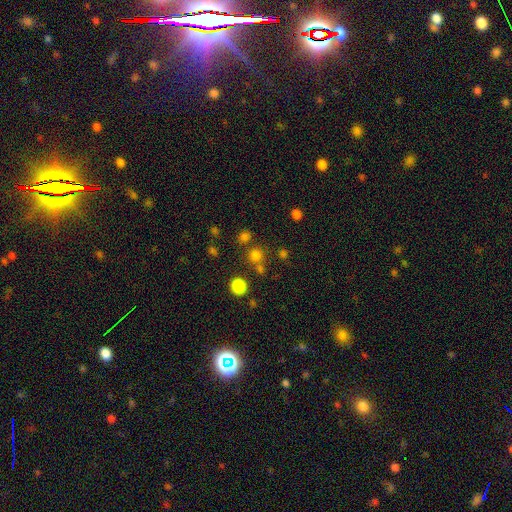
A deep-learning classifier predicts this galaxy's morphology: This appears to be a smooth galaxy with no disk features (73%) that is round (91%). Merging: none (75%).